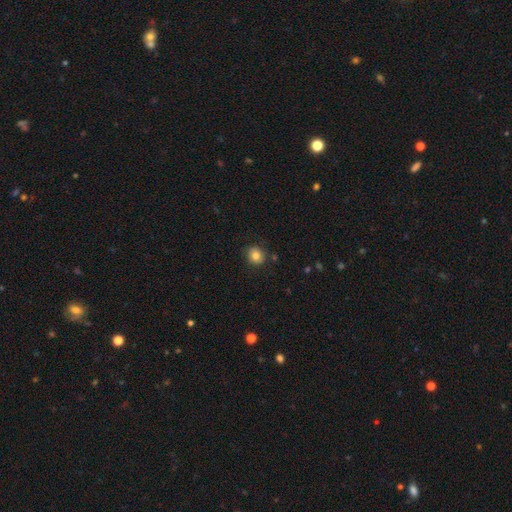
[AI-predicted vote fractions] Q: Smooth or featured?
A: smooth (81%); runner-up: star or artifact (10%)
Q: How rounded?
A: round (82%); runner-up: in between (17%)
Q: Merging?
A: none (83%); runner-up: minor disturbance (12%)